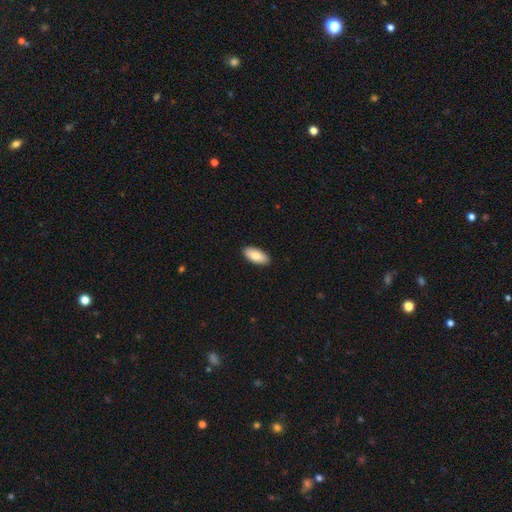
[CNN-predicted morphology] A smooth galaxy with no disk features (80%) that is in between round and cigar-shaped (90%). Merging: none (90%).